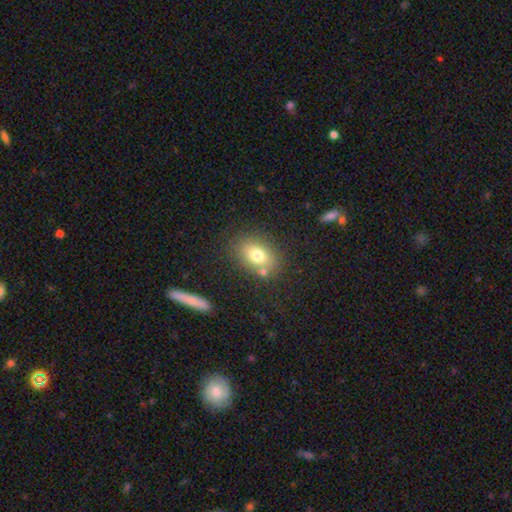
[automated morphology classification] type=smooth (72%); roundness=in between (68%); merging=none (74%).